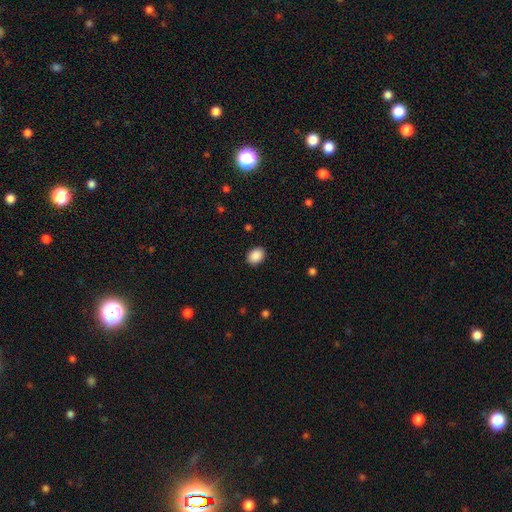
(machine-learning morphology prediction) The model was most divided on "how rounded": in between: 64%, round: 35%, cigar-shaped: 1%. More confident: smooth or featured — smooth (90%); merging — none (90%).